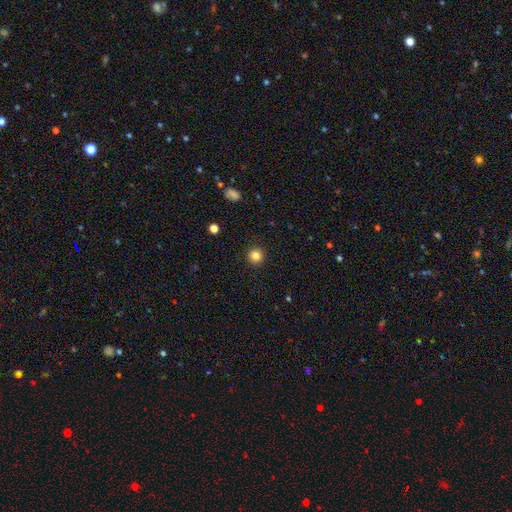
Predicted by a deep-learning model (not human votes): The model was most divided on "smooth or featured": smooth: 83%, star or artifact: 12%, featured or disk: 5%. More confident: how rounded — round (95%); merging — none (93%).